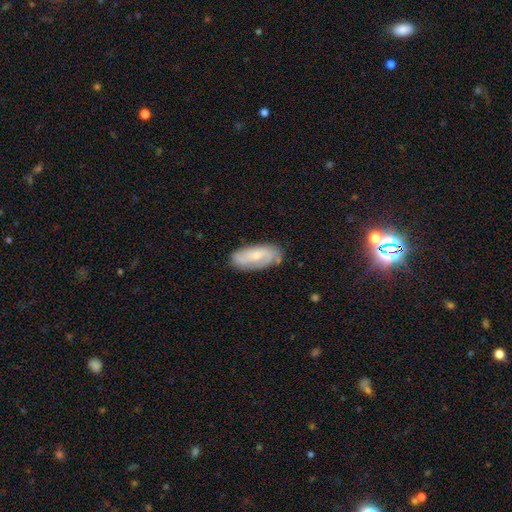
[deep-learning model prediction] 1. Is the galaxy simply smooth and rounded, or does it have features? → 60% featured or disk, 33% smooth, 7% star or artifact.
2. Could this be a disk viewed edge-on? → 91% no, 9% yes.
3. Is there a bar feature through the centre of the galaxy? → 59% no, 32% weak, 9% strong.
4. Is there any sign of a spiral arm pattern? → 88% yes, 12% no.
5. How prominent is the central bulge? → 64% small, 30% moderate, 3% none, 2% large, 1% dominant.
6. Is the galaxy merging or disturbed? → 73% none, 21% minor disturbance, 5% major disturbance, 2% merger.